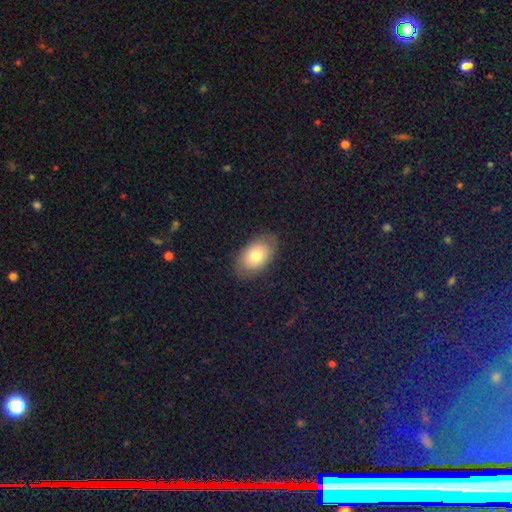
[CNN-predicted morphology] A smooth galaxy with no disk features (72%) that is in between round and cigar-shaped (89%).

Vote fractions:
- Smooth or featured? smooth: 72% / featured or disk: 20% / star or artifact: 8%
- How rounded? in between: 89% / round: 9% / cigar-shaped: 1%
- Merging? none: 81% / minor disturbance: 14% / major disturbance: 4% / merger: 1%